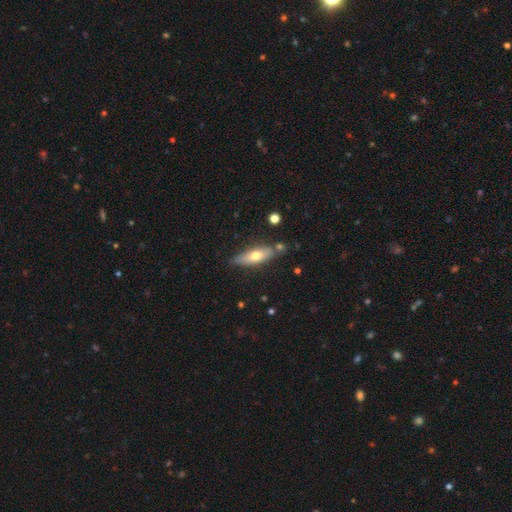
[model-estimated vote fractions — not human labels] Smooth or featured? smooth (55%)
How rounded? cigar-shaped (50%)
Merging? none (73%)